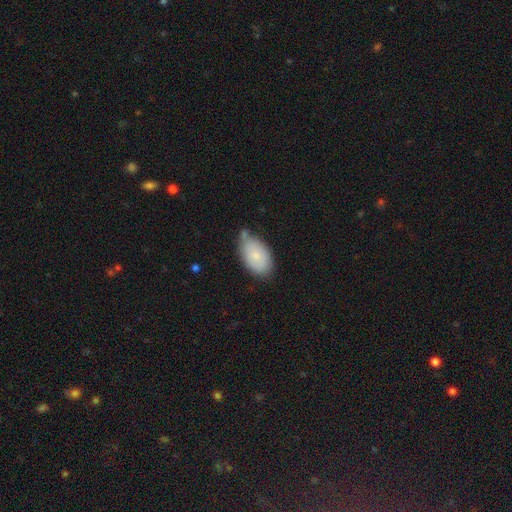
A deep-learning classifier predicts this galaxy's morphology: smooth-or-featured: smooth: 81% | featured or disk: 12% | star or artifact: 7%
  how-rounded: in between: 93% | round: 5% | cigar-shaped: 1%
  merging: none: 61% | minor disturbance: 26% | merger: 8% | major disturbance: 5%